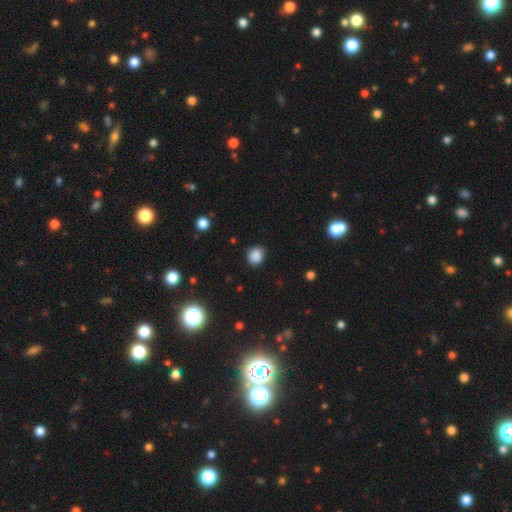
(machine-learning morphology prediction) Smooth or featured? Predicted: smooth (p=0.85). How rounded? Predicted: round (p=0.83). Merging? Predicted: none (p=0.81).